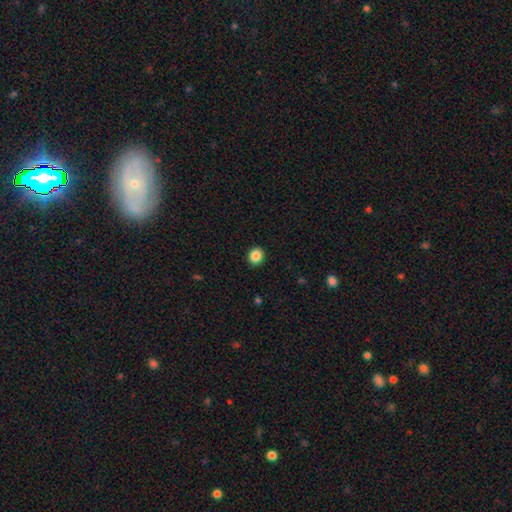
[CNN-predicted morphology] Overall: smooth (87%). How rounded: round (75%). Merging: none (92%).